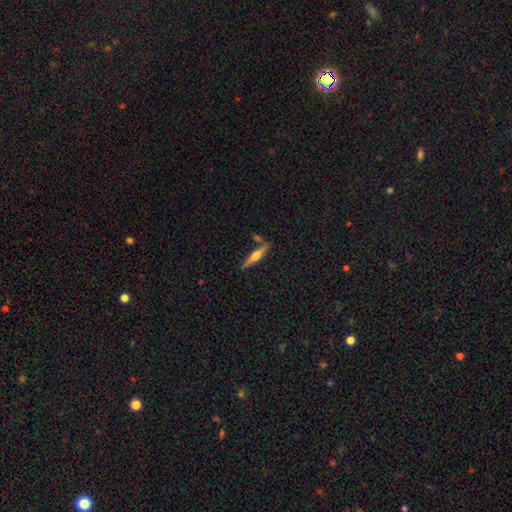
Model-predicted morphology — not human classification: This is likely a featured or disk galaxy (64%). It is clearly viewed edge-on (97%). Edge-on bulge: clearly rounded (92%). Merging: likely none (79%).